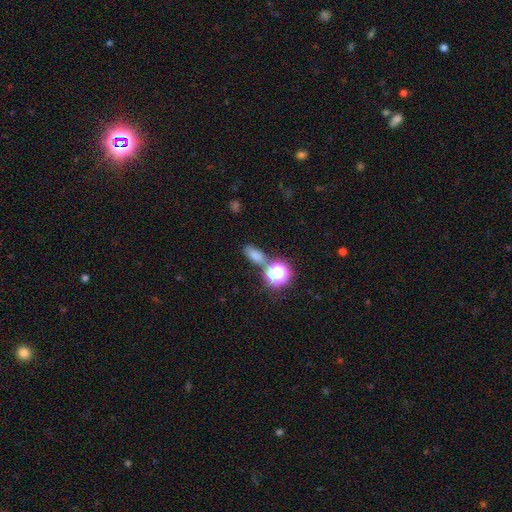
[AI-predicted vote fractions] This appears to be a smooth galaxy with no disk features (69%) that is in between round and cigar-shaped (73%). Merging: none (65%).